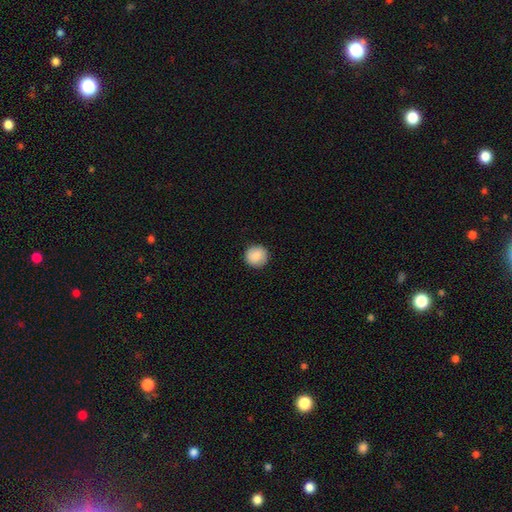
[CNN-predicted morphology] Smooth or featured: smooth — 87% (star or artifact — 7%)
How rounded: round — 95% (in between — 4%)
Merging: none — 91% (minor disturbance — 6%)